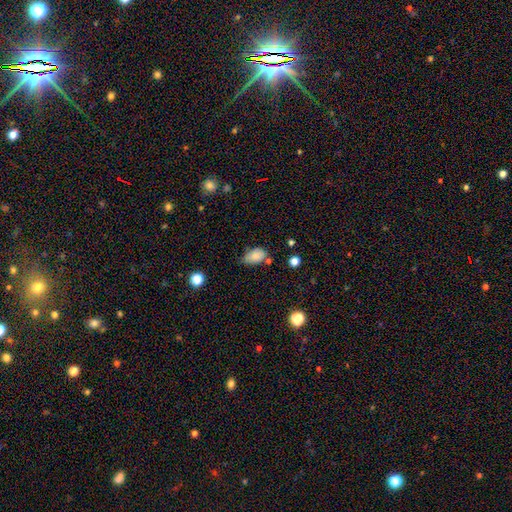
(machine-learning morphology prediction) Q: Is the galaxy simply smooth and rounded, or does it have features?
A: smooth — 79%.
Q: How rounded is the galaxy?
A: in between — 89%.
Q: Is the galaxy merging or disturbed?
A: none — 57%.